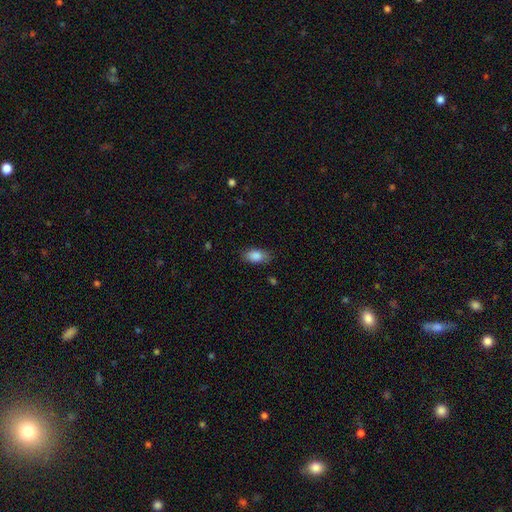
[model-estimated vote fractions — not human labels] Smooth or featured: smooth — 86% (star or artifact — 7%)
How rounded: in between — 89% (round — 7%)
Merging: none — 78% (minor disturbance — 17%)